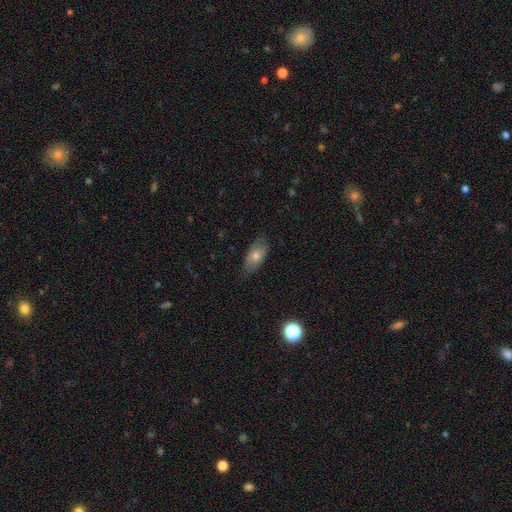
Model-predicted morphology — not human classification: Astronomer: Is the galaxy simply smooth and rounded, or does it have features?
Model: smooth — 62%.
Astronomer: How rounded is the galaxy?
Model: in between — 83%.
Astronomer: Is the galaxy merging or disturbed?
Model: none — 78%.